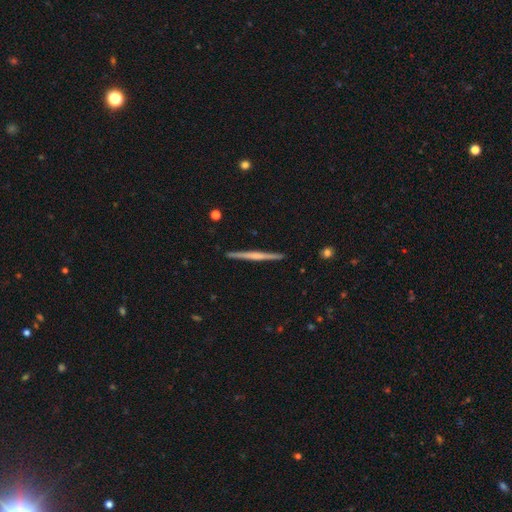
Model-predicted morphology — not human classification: smooth_or_featured: featured or disk (p=0.67) [alt: smooth p=0.28]
disk_edge_on: yes (p=0.98) [alt: no p=0.02]
edge_on_bulge: none (p=0.45) [alt: rounded p=0.42]
merging: none (p=0.92) [alt: minor disturbance p=0.06]